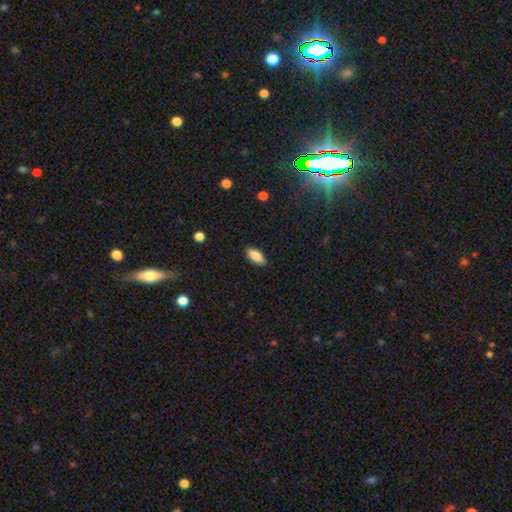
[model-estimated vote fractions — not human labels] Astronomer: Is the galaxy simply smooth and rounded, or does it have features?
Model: smooth — 84%.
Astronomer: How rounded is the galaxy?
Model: in between — 84%.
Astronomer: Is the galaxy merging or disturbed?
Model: none — 87%.